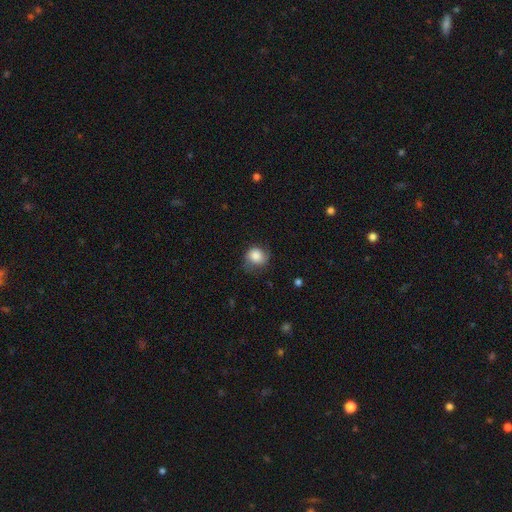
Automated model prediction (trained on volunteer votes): Smooth or featured? smooth (78%)
How rounded? round (78%)
Merging? none (59%)